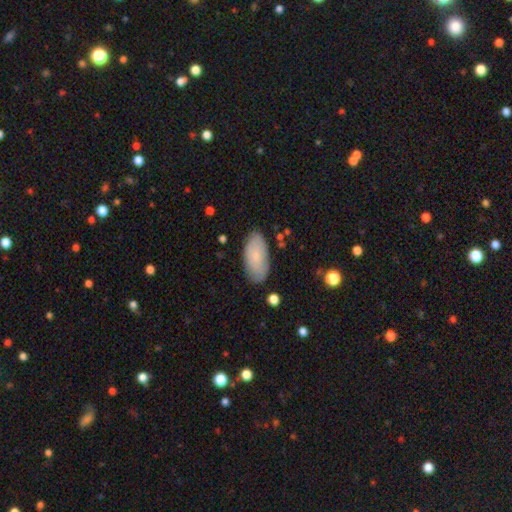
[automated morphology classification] Smooth or featured? Predicted: smooth (p=0.75). How rounded? Predicted: in between (p=0.93). Merging? Predicted: none (p=0.83).